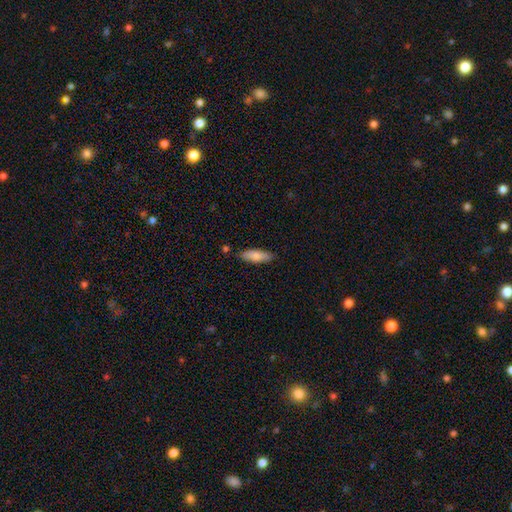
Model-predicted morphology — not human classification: A smooth galaxy with no disk features (81%) that is in between round and cigar-shaped (55%).

Vote fractions:
- Smooth or featured? smooth: 81% / featured or disk: 13% / star or artifact: 6%
- How rounded? in between: 55% / cigar-shaped: 43% / round: 2%
- Merging? none: 84% / minor disturbance: 12% / merger: 3% / major disturbance: 2%